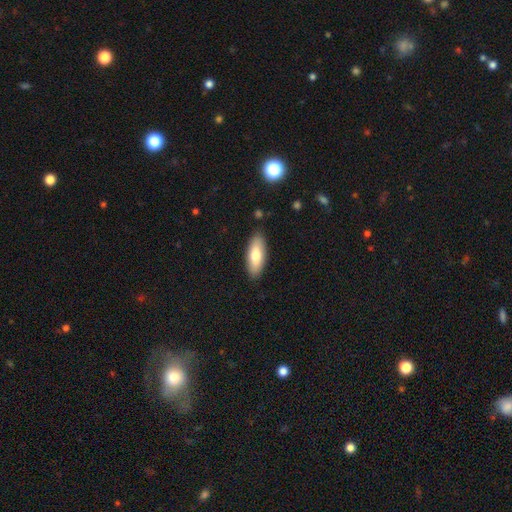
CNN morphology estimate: smooth_or_featured: smooth (p=0.75) [alt: featured or disk p=0.19]
how_rounded: in between (p=0.73) [alt: cigar-shaped p=0.25]
merging: none (p=0.87) [alt: minor disturbance p=0.10]